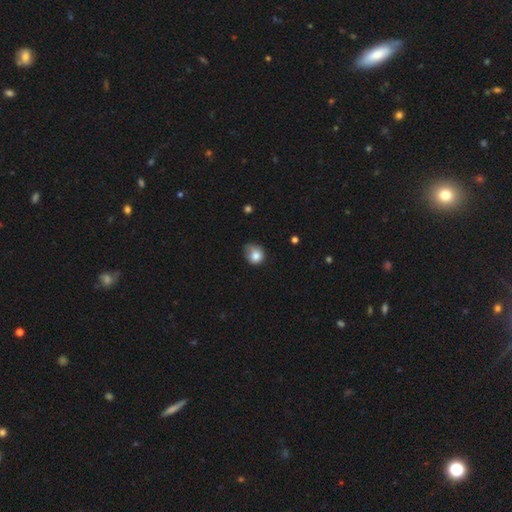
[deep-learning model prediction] smooth_or_featured: smooth (p=0.80) [alt: featured or disk p=0.11]
how_rounded: round (p=0.73) [alt: in between p=0.26]
merging: none (p=0.42) [tied with: minor disturbance p=0.42]